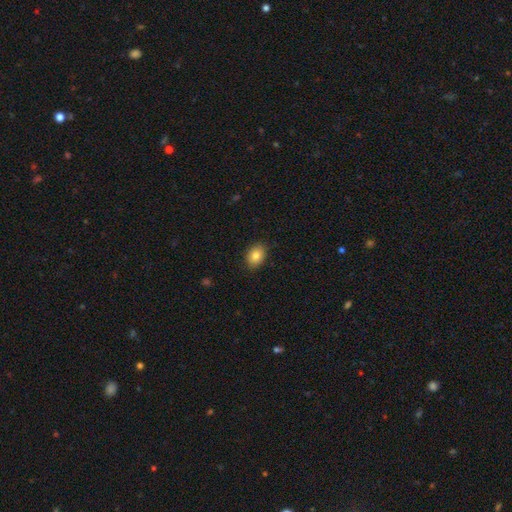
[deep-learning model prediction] Smooth or featured? smooth (83%)
How rounded? in between (70%)
Merging? none (88%)